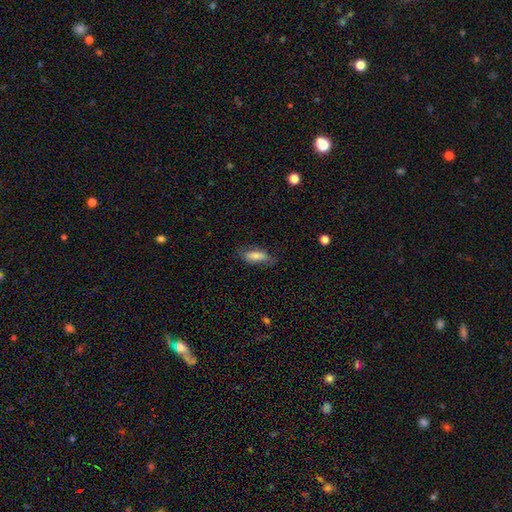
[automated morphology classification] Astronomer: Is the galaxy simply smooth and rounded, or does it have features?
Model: smooth — 73%.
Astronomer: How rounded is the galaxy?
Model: in between — 70%.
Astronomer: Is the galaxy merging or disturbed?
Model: none — 72%.